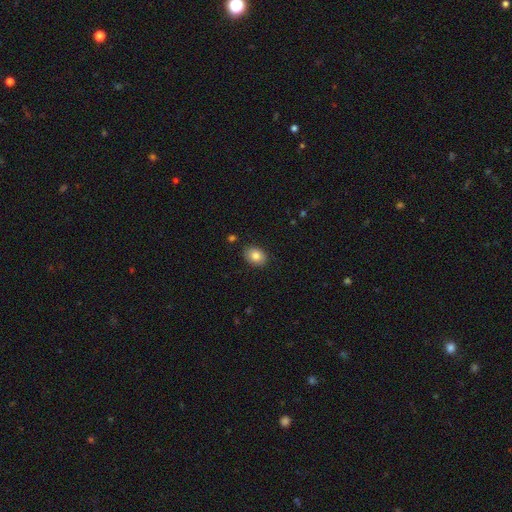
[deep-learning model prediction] Morphology: type=smooth (83%); roundness=in between (71%); merging=none (87%).